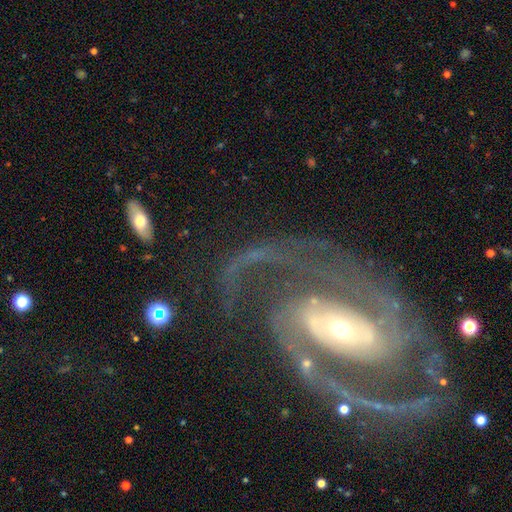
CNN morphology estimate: Q: Smooth or featured?
A: featured or disk (90%); runner-up: star or artifact (5%)
Q: Edge-on disk?
A: no (97%); runner-up: yes (3%)
Q: Bar?
A: no (39%); runner-up: weak (32%)
Q: Spiral arms?
A: yes (96%); runner-up: no (4%)
Q: Spiral winding?
A: medium (46%); runner-up: tight (34%)
Q: Spiral arm count?
A: 2 (77%); runner-up: can't tell (6%)
Q: Bulge size?
A: small (46%); runner-up: moderate (45%)
Q: Merging?
A: none (63%); runner-up: major disturbance (17%)